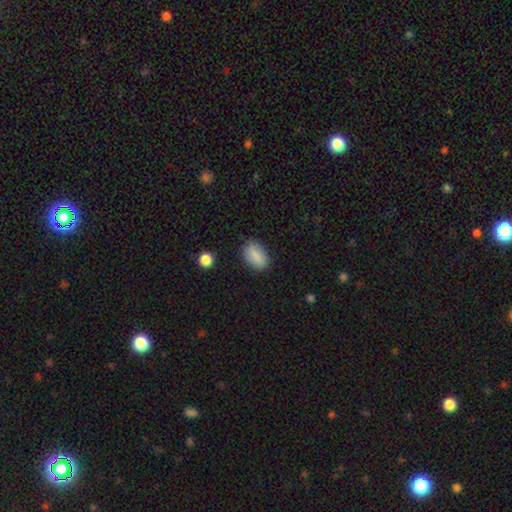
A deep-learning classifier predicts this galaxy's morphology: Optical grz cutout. It shows a smooth galaxy with no disk features (87%) that is in between round and cigar-shaped (90%). Merging: none (85%).